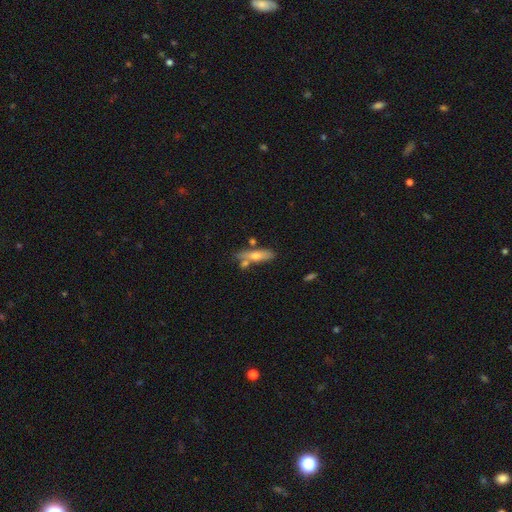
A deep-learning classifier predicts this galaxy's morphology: smooth-or-featured: smooth: 54% | featured or disk: 37% | star or artifact: 8%
  how-rounded: cigar-shaped: 63% | in between: 33% | round: 3%
  merging: none: 59% | minor disturbance: 18% | merger: 17% | major disturbance: 6%